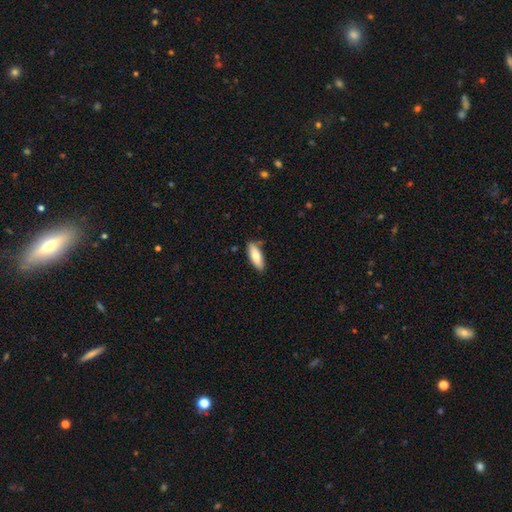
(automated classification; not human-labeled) A smooth galaxy with no disk features (75%) that is in between round and cigar-shaped (62%).

Vote fractions:
- Smooth or featured? smooth: 75% / featured or disk: 19% / star or artifact: 6%
- How rounded? in between: 62% / cigar-shaped: 36% / round: 2%
- Merging? none: 84% / minor disturbance: 12% / major disturbance: 2% / merger: 2%